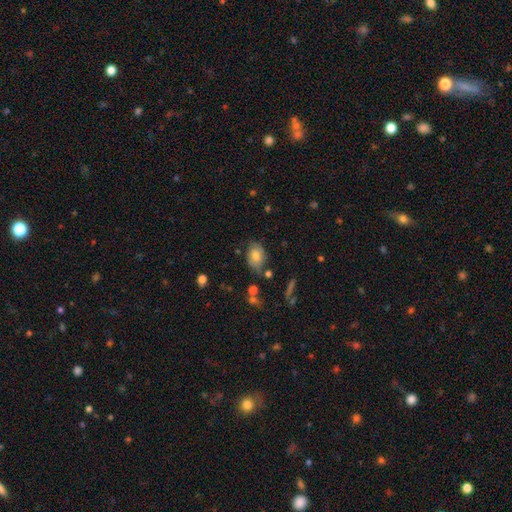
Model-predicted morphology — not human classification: Smooth or featured? smooth (66%)
How rounded? in between (76%)
Merging? none (64%)